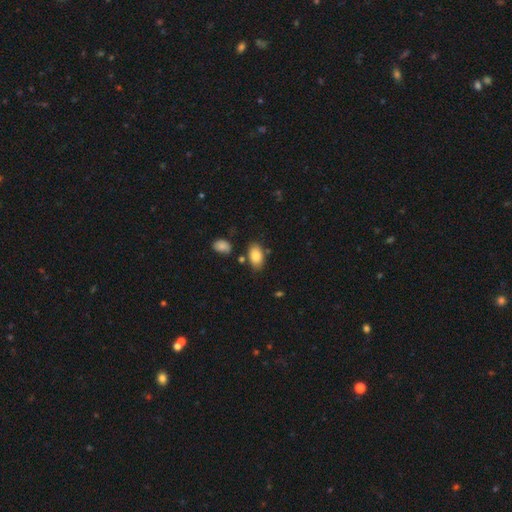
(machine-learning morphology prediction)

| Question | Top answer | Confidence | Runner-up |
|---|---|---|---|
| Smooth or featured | smooth | 83% | featured or disk (9%) |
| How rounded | in between | 92% | round (6%) |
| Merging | none | 78% | minor disturbance (13%) |